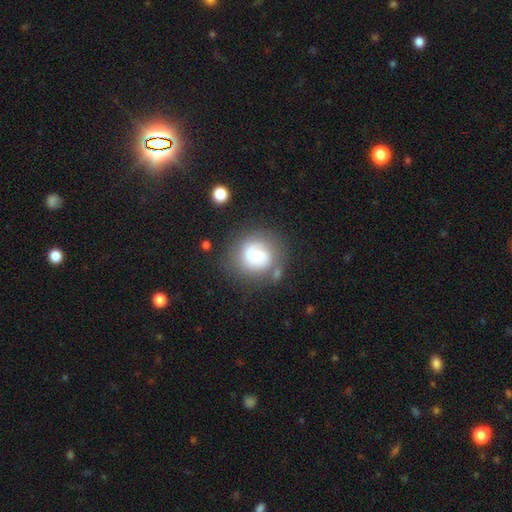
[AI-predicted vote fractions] This is possibly a featured or disk galaxy (48%). Merging: likely none (63%).